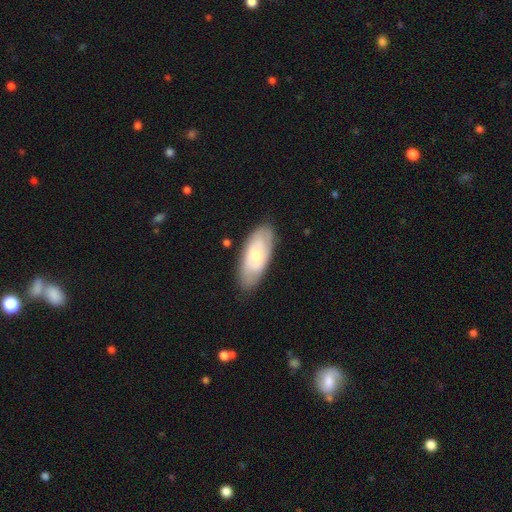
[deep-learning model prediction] Overall: smooth (49%; featured or disk 45%). Merging: none (80%).